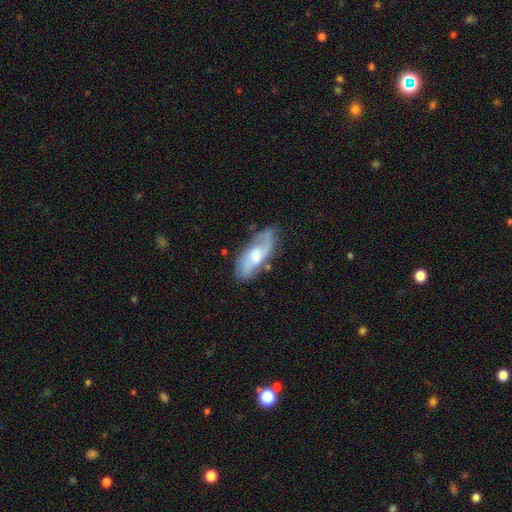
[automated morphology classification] Overall: featured or disk (65%; smooth 29%). Edge-on disk: no (90%). Bar: weak (47%; no 43%). Spiral arms: yes (89%). Spiral arm count: 2 (78%). Spiral winding: medium (45%; loose 37%). Bulge size: moderate (57%; small 26%). Merging: none (72%).